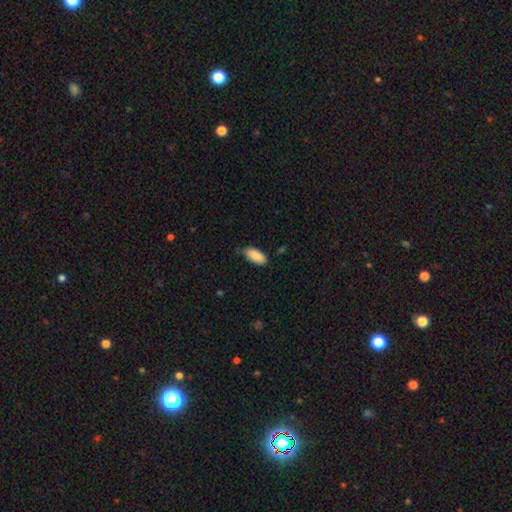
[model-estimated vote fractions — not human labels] Morphology: type=smooth (89%); roundness=in between (92%); merging=none (71%).